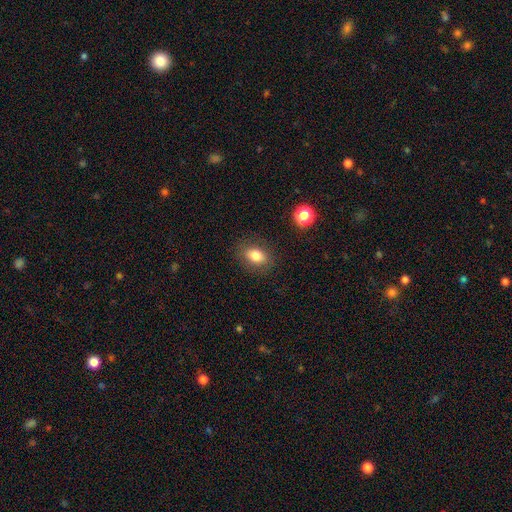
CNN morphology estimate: Smooth or featured? smooth (81%)
How rounded? in between (78%)
Merging? none (85%)